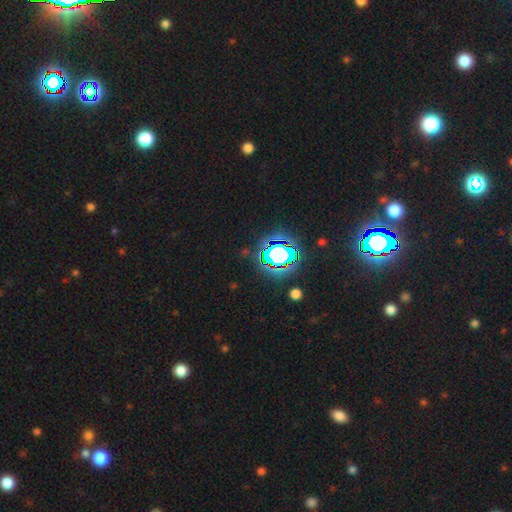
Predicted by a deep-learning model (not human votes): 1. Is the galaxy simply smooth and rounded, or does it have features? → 81% star or artifact, 11% smooth, 7% featured or disk.